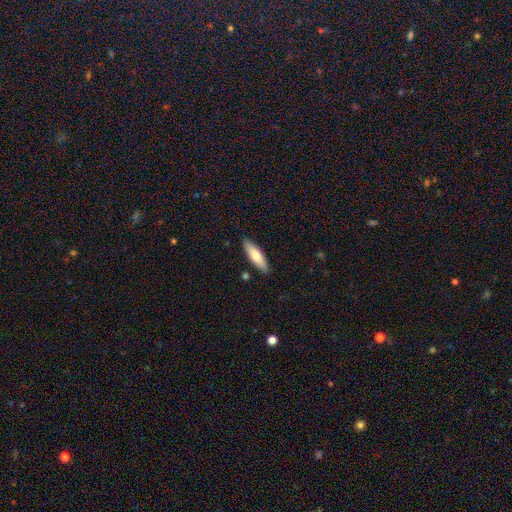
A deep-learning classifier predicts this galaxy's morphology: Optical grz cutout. It shows a smooth galaxy with no disk features (68%) that is cigar-shaped (56%). Merging: none (87%).